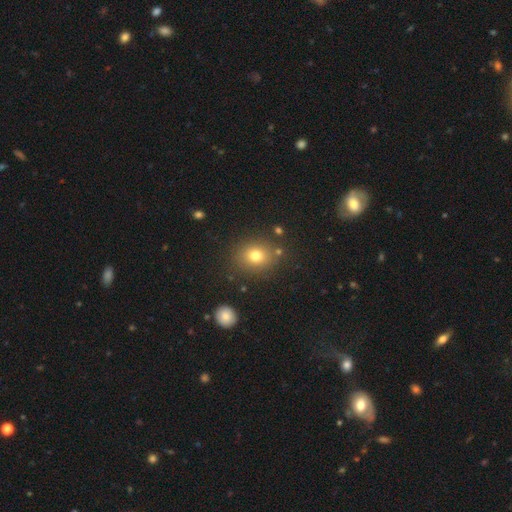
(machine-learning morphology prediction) smooth_or_featured: smooth (p=0.77) [alt: star or artifact p=0.14]
how_rounded: round (p=0.68) [alt: in between p=0.31]
merging: none (p=0.83) [alt: minor disturbance p=0.09]